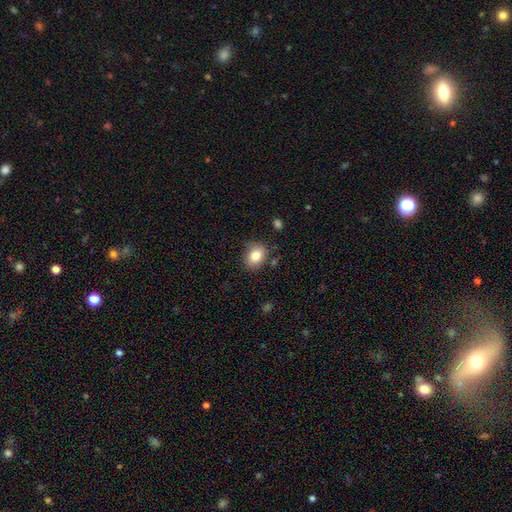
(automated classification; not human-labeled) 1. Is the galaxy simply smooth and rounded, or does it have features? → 84% smooth, 9% star or artifact, 7% featured or disk.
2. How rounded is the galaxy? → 56% in between, 43% round, 1% cigar-shaped.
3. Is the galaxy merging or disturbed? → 79% none, 15% minor disturbance, 4% major disturbance, 2% merger.